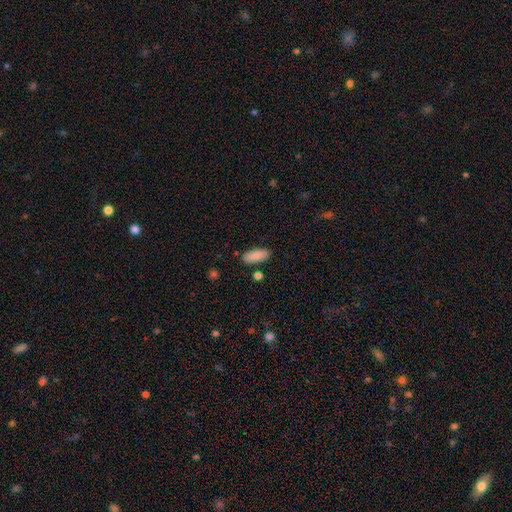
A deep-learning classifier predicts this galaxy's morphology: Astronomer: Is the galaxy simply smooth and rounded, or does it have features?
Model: smooth — 88%.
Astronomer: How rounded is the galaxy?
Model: in between — 76%.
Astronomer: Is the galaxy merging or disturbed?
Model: none — 84%.